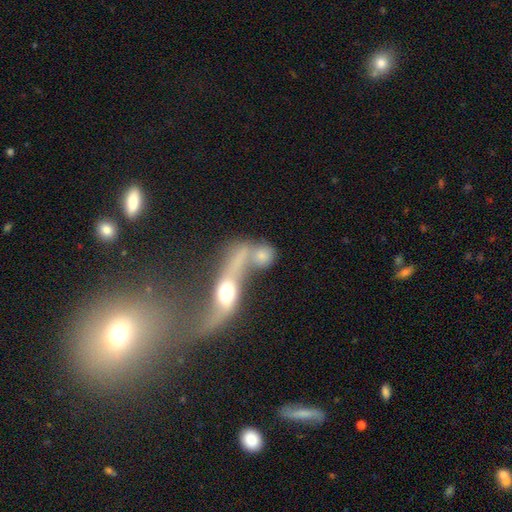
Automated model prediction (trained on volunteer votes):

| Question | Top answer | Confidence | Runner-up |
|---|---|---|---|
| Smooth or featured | featured or disk | 61% | smooth (29%) |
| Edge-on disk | no | 74% | yes (26%) |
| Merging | merger | 52% | none (26%) |